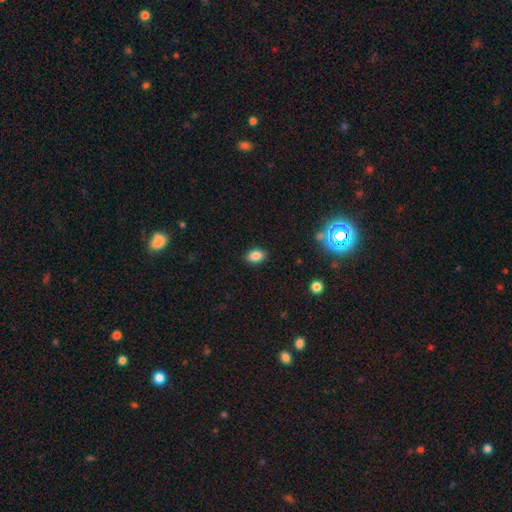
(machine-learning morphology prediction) smooth-or-featured: smooth: 85% | star or artifact: 10% | featured or disk: 5%
  how-rounded: in between: 81% | round: 17% | cigar-shaped: 1%
  merging: none: 88% | minor disturbance: 9% | major disturbance: 2% | merger: 1%